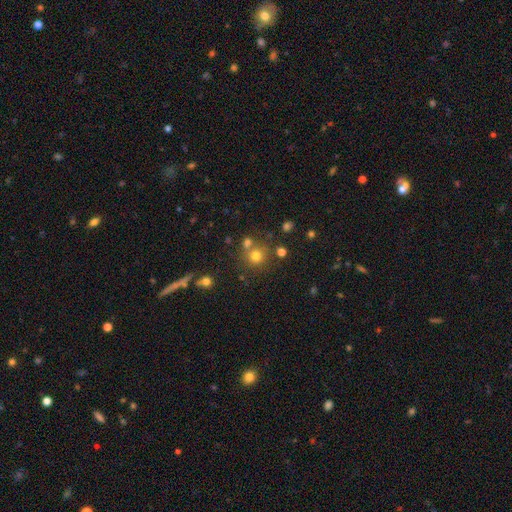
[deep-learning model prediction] Overall: smooth (73%). How rounded: round (90%). Merging: none (67%).